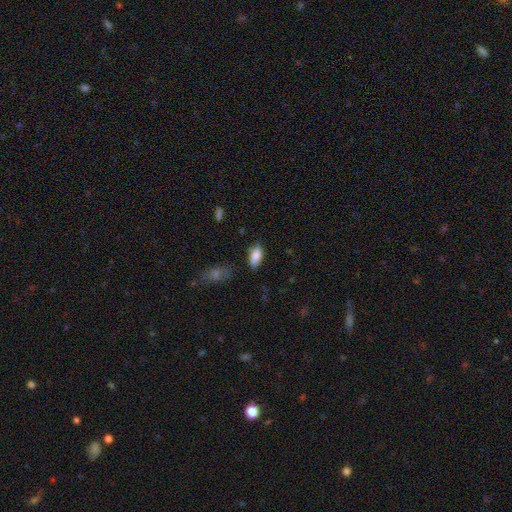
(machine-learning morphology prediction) Overall: smooth (81%). How rounded: in between (88%). Merging: none (68%).